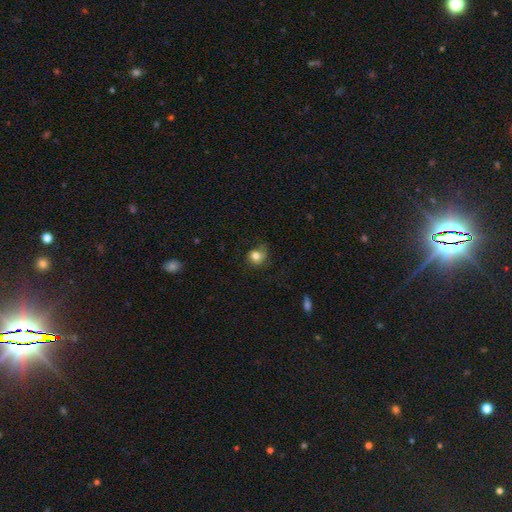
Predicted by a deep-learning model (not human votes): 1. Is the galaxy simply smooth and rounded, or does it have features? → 76% smooth, 14% featured or disk, 10% star or artifact.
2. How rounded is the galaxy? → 73% round, 26% in between, 1% cigar-shaped.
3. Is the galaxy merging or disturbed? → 55% none, 29% minor disturbance, 15% major disturbance, 2% merger.